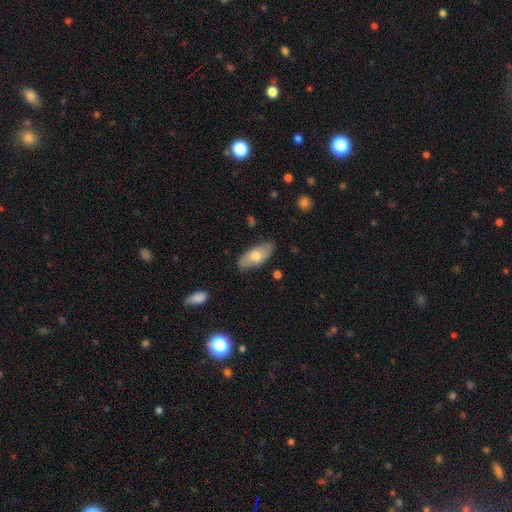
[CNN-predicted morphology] Q: Smooth or featured?
A: smooth (67%); runner-up: featured or disk (27%)
Q: How rounded?
A: in between (87%); runner-up: cigar-shaped (11%)
Q: Merging?
A: none (82%); runner-up: minor disturbance (14%)